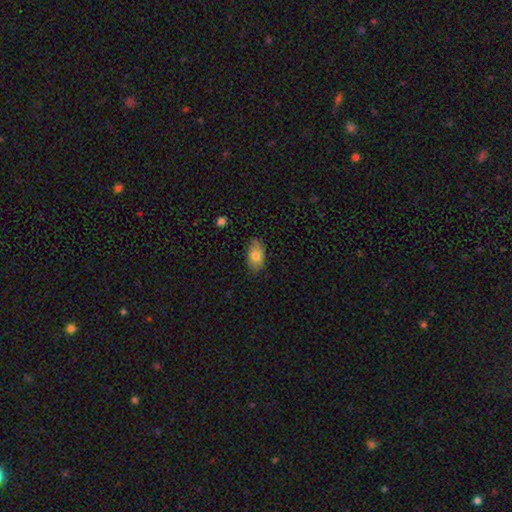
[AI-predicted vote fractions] smooth-or-featured: smooth: 79% | featured or disk: 13% | star or artifact: 7%
  how-rounded: in between: 91% | round: 7% | cigar-shaped: 2%
  merging: none: 83% | minor disturbance: 14% | major disturbance: 2% | merger: 1%